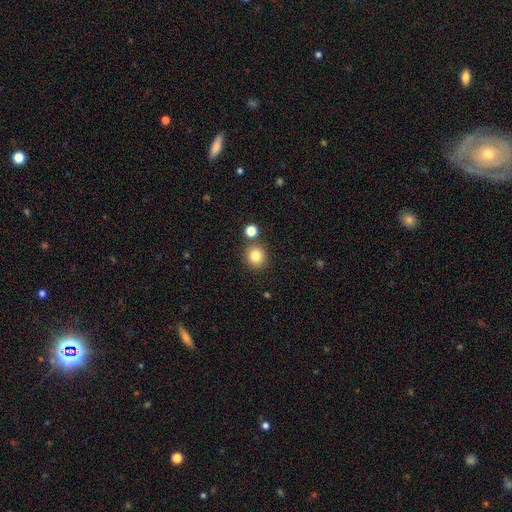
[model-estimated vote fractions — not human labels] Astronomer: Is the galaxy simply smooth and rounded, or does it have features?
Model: smooth — 82%.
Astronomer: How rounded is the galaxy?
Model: round — 88%.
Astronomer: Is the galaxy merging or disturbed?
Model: none — 81%.